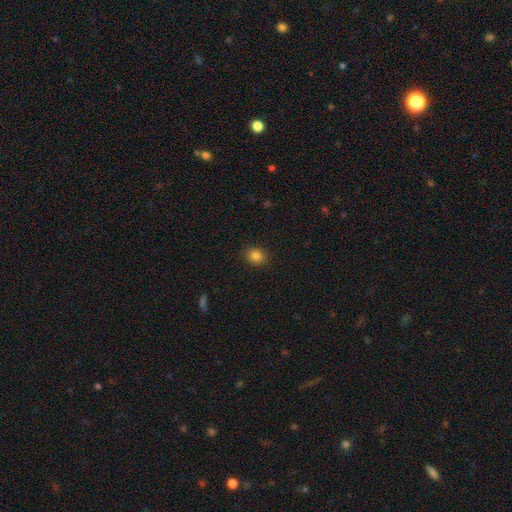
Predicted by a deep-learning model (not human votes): The model was most divided on "how rounded": round: 61%, in between: 39%, cigar-shaped: 1%. More confident: merging — none (89%); smooth or featured — smooth (84%).